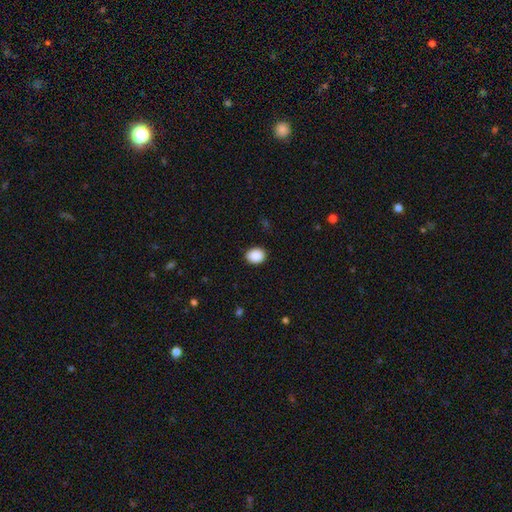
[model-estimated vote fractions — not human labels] Overall: smooth (90%). How rounded: round (55%; in between 44%). Merging: none (88%).